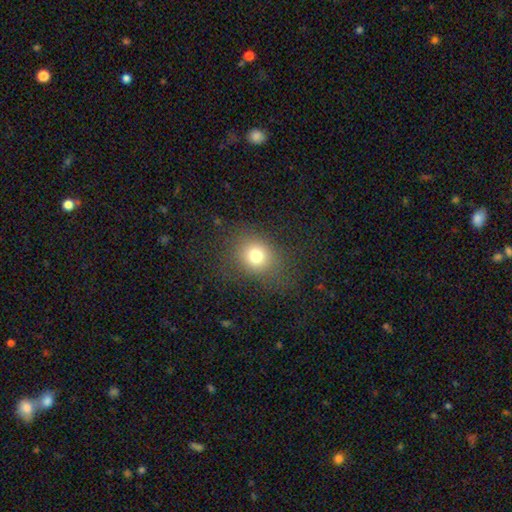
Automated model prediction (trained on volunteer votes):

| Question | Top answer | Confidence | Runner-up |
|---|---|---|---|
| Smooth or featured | smooth | 75% | star or artifact (15%) |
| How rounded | round | 72% | in between (28%) |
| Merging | none | 78% | minor disturbance (12%) |